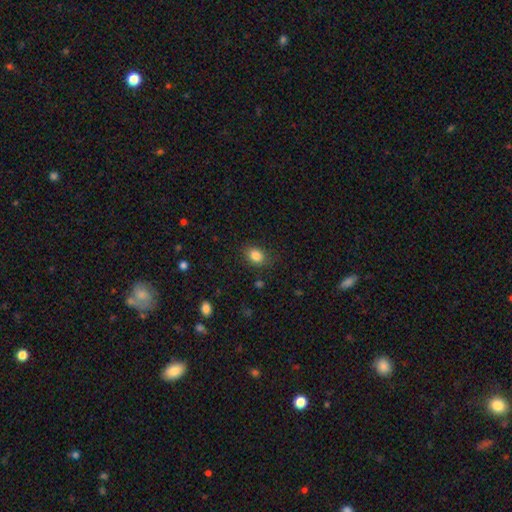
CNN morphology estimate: type=smooth (84%); roundness=in between (60%); merging=none (81%).